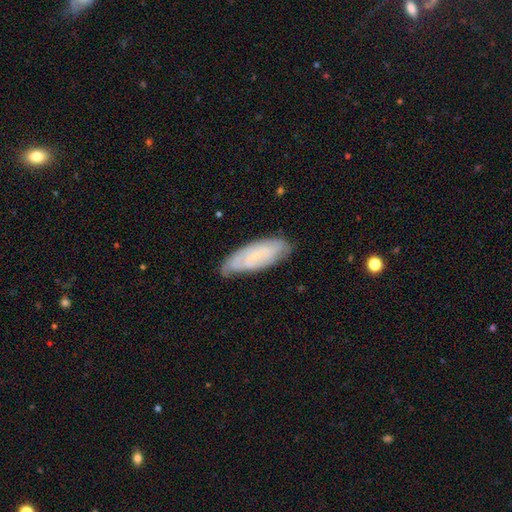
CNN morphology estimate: Smooth or featured? featured or disk (58%)
Edge-on disk? no (86%)
Bar? no (69%)
Spiral arms? yes (80%)
Bulge size? small (76%)
Merging? none (68%)